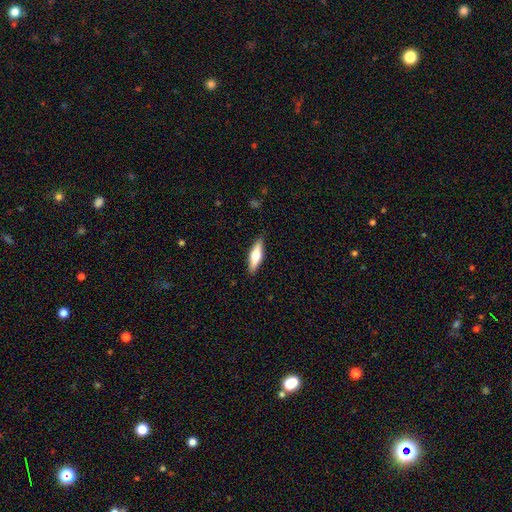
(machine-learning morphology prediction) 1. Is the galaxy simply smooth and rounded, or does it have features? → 57% smooth, 38% featured or disk, 6% star or artifact.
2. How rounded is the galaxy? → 56% cigar-shaped, 42% in between, 2% round.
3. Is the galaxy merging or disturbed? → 88% none, 9% minor disturbance, 2% major disturbance, 1% merger.